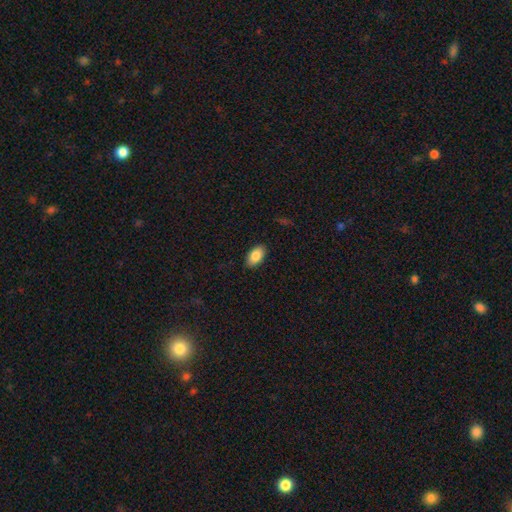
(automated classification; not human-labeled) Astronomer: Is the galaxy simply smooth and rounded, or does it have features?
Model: smooth — 86%.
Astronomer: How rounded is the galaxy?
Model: in between — 94%.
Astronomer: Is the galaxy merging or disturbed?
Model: none — 89%.